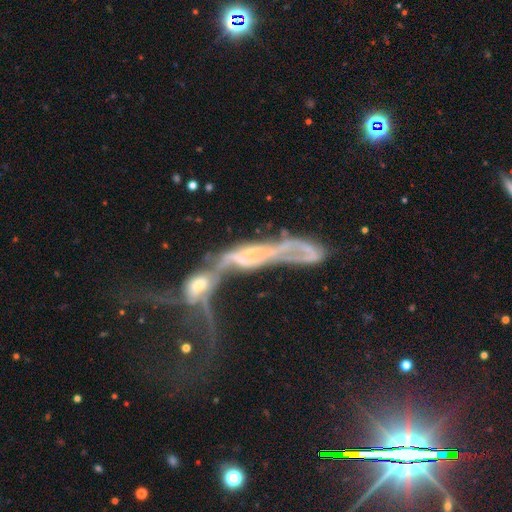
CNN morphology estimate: This is likely a featured or disk galaxy (64%). It is likely not viewed edge-on (73%). Merging: likely merger (70%).